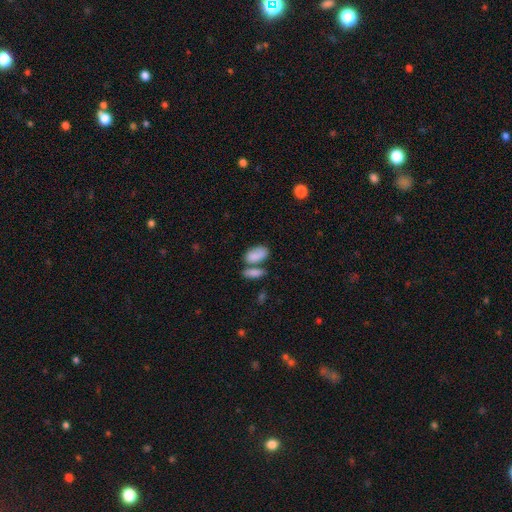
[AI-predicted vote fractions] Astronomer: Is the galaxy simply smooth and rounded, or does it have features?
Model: smooth — 82%.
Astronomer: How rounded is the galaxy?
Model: in between — 91%.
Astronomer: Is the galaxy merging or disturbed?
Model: merger — 40%, tied with none at 40%.